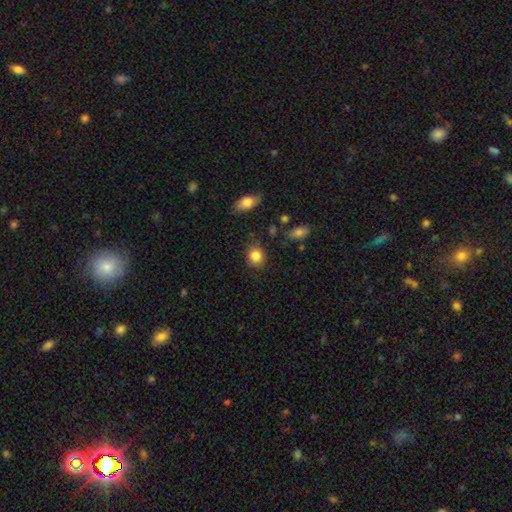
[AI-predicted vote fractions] smooth-or-featured: smooth: 85% | star or artifact: 9% | featured or disk: 6%
  how-rounded: round: 64% | in between: 35% | cigar-shaped: 1%
  merging: none: 79% | minor disturbance: 15% | major disturbance: 4% | merger: 3%